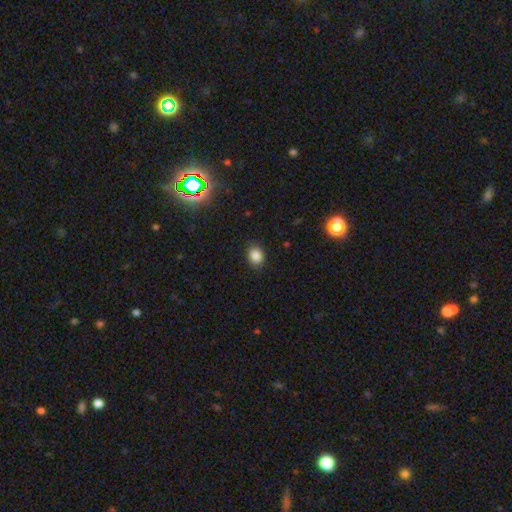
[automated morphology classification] smooth 84%, star or artifact 11%, featured or disk 4%. Down the decision tree: how rounded — in between (55%); merging — none (84%).